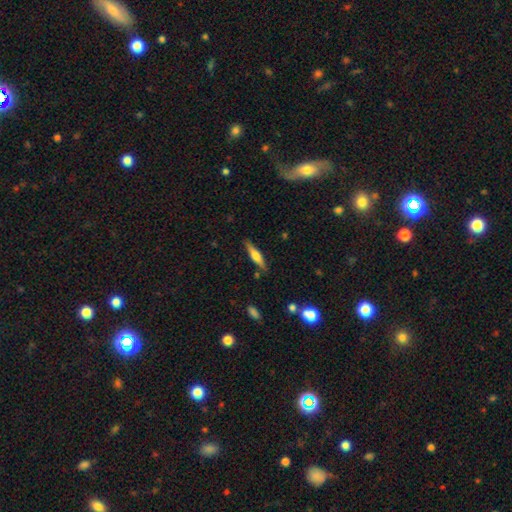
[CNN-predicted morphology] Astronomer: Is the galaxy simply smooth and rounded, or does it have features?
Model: featured or disk — 50% (runner-up: smooth, 43%).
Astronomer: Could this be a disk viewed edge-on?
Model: yes — 95%.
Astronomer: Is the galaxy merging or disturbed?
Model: none — 85%.